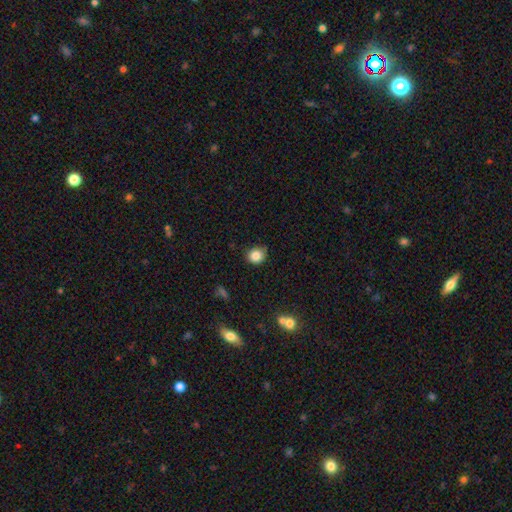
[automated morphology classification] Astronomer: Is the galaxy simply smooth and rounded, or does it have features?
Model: smooth — 85%.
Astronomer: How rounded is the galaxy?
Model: round — 85%.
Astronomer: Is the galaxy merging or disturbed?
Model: none — 78%.